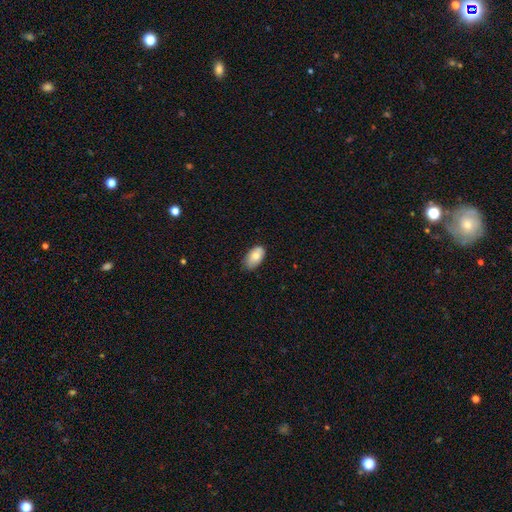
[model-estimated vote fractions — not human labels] smooth 79%, featured or disk 14%, star or artifact 7%. Down the decision tree: how rounded — in between (94%); merging — none (70%).